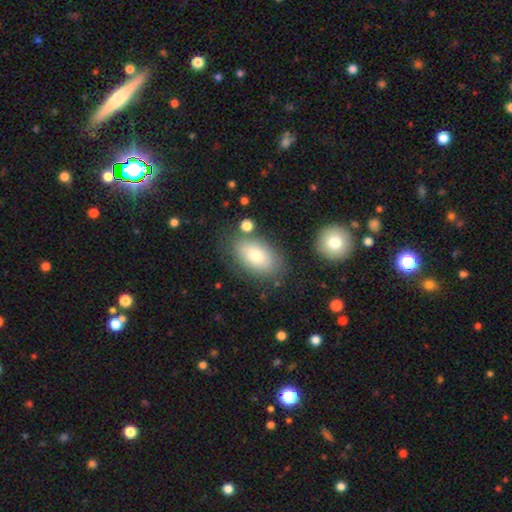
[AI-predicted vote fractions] Smooth or featured? Predicted: smooth (p=0.75). How rounded? Predicted: in between (p=0.91). Merging? Predicted: none (p=0.74).